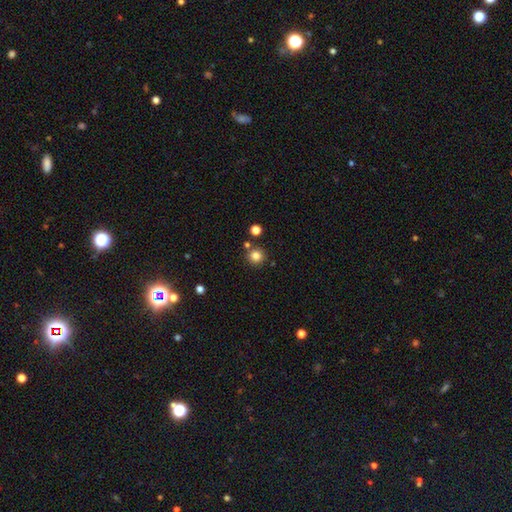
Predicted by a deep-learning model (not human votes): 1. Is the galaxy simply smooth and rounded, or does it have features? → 82% smooth, 12% star or artifact, 5% featured or disk.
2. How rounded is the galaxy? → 94% round, 5% in between, 1% cigar-shaped.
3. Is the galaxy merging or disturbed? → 82% none, 8% merger, 7% minor disturbance, 2% major disturbance.